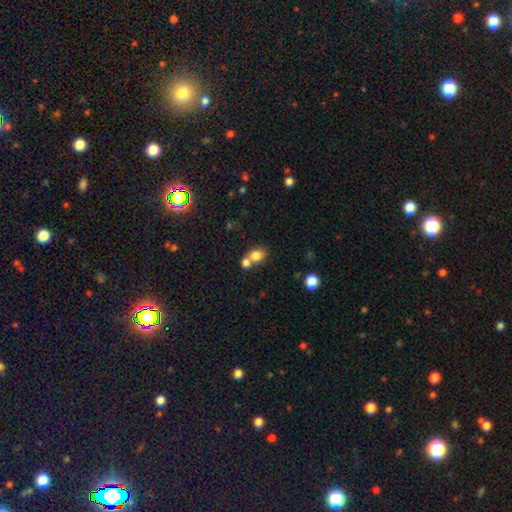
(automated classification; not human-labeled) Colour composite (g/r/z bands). It shows a smooth galaxy with no disk features (80%) that is round (59%). Merging: merger (51%).